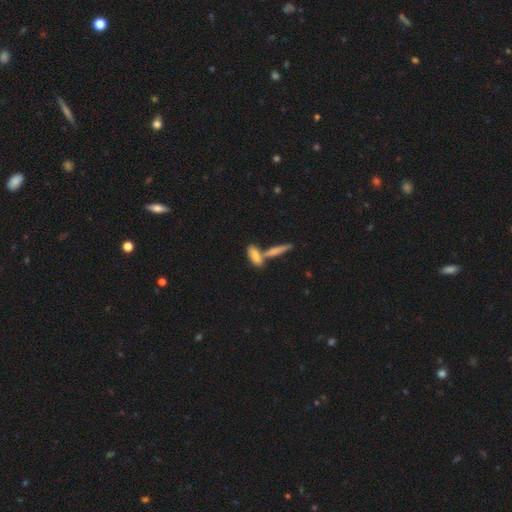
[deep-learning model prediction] Morphology: type=smooth (72%); roundness=in between (58%); merging=merger (45%).